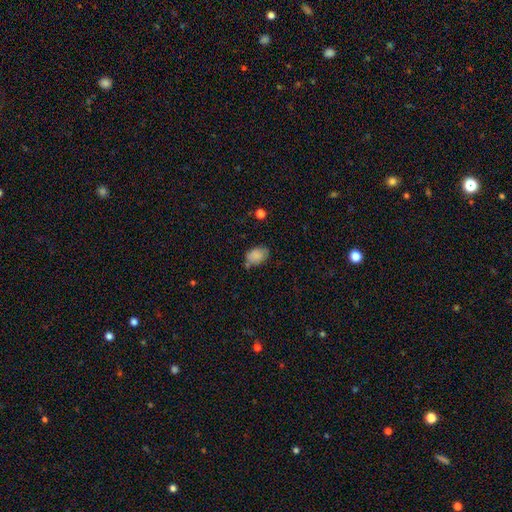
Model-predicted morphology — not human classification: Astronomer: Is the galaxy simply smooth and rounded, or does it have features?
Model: smooth — 83%.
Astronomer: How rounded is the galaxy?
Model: in between — 84%.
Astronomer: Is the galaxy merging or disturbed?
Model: none — 61%.